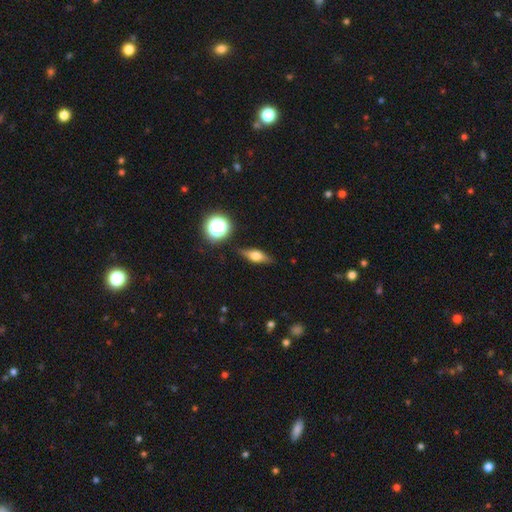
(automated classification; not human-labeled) A featured or disk galaxy (46%). Merging: none (85%).